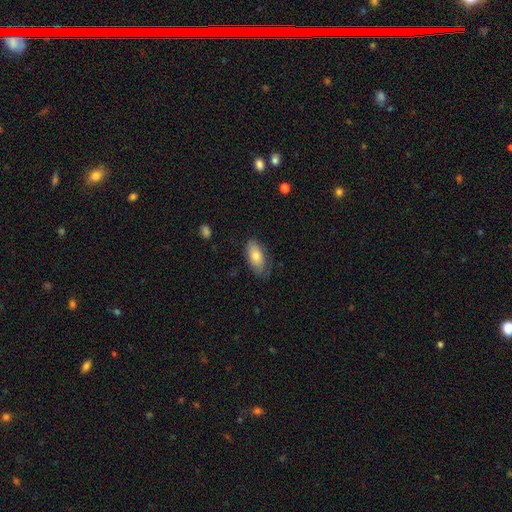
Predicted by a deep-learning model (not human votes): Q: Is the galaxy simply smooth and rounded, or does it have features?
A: smooth — 78%.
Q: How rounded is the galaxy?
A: in between — 87%.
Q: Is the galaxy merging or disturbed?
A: none — 74%.